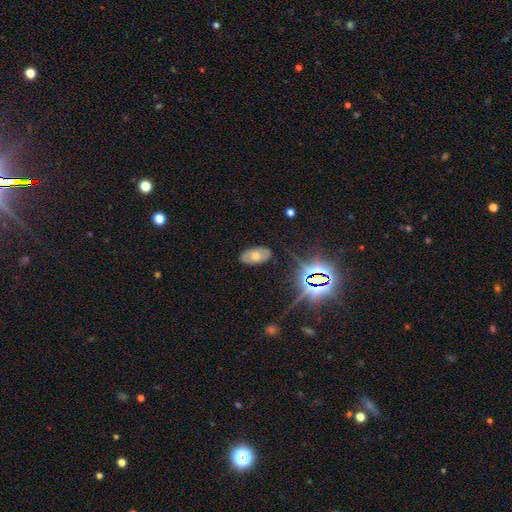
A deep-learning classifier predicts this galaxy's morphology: Smooth or featured? smooth (50%)
How rounded? in between (94%)
Merging? none (82%)